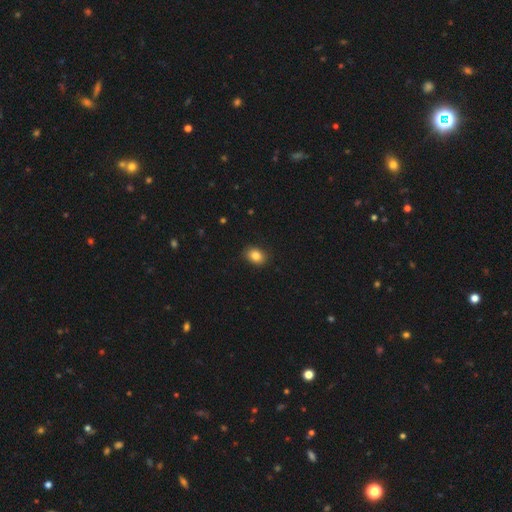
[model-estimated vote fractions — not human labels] Q: Smooth or featured?
A: smooth (84%); runner-up: star or artifact (10%)
Q: How rounded?
A: in between (64%); runner-up: round (35%)
Q: Merging?
A: none (87%); runner-up: minor disturbance (10%)